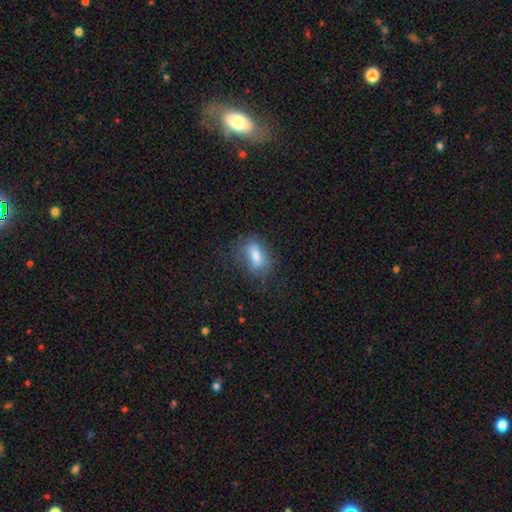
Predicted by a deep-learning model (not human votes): Smooth or featured: smooth — 70% (featured or disk — 19%)
How rounded: in between — 78% (cigar-shaped — 12%)
Merging: none — 60% (minor disturbance — 23%)